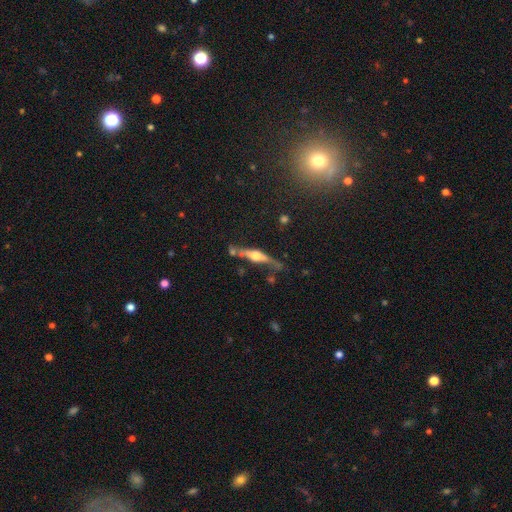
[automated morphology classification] A featured or disk galaxy (70%) viewed edge-on (91%) with a rounded central bulge (90%).

Vote fractions:
- Smooth or featured? featured or disk: 70% / smooth: 22% / star or artifact: 7%
- Edge-on disk? yes: 91% / no: 9%
- Edge-on bulge? rounded: 90% / boxy: 7% / none: 3%
- Merging? none: 59% / minor disturbance: 20% / merger: 12% / major disturbance: 8%